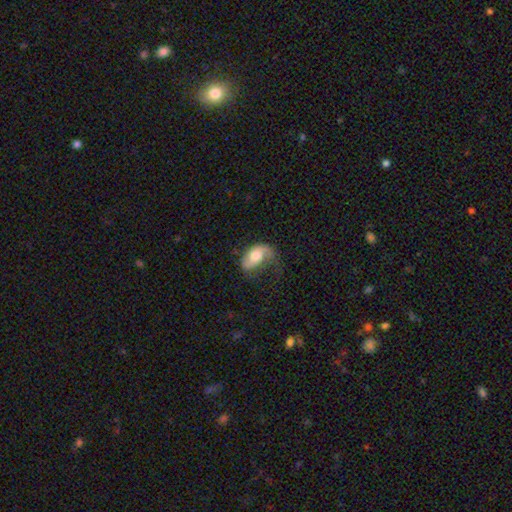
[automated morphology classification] Smooth or featured: featured or disk — 53% (smooth — 40%)
Edge-on disk: no — 95% (yes — 5%)
Bar: no — 69% (weak — 24%)
Spiral arms: yes — 82% (no — 18%)
Bulge size: moderate — 58% (large — 20%)
Merging: major disturbance — 38% (none — 32%)